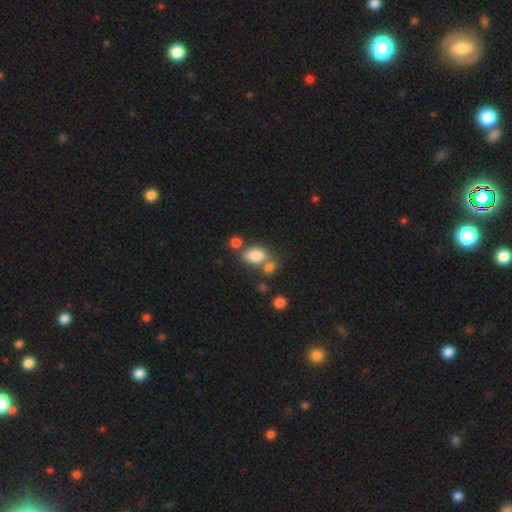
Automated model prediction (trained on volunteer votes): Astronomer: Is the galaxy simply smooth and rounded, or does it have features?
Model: smooth — 81%.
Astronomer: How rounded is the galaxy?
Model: in between — 76%.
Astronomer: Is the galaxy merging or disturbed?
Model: none — 49% (runner-up: merger, 32%).